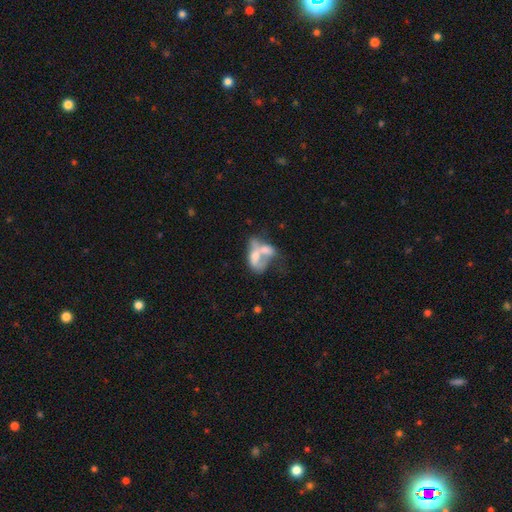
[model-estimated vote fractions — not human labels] Smooth or featured? smooth (48%)
Merging? merger (69%)